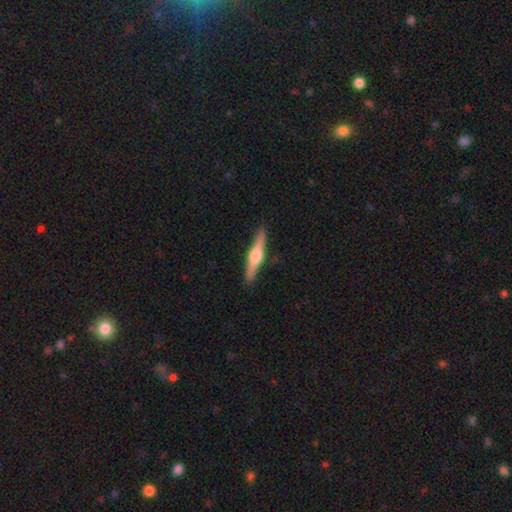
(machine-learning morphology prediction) smooth_or_featured: featured or disk (p=0.69) [alt: smooth p=0.26]
disk_edge_on: yes (p=0.97) [alt: no p=0.03]
edge_on_bulge: rounded (p=0.92) [alt: boxy p=0.05]
merging: none (p=0.91) [alt: minor disturbance p=0.07]